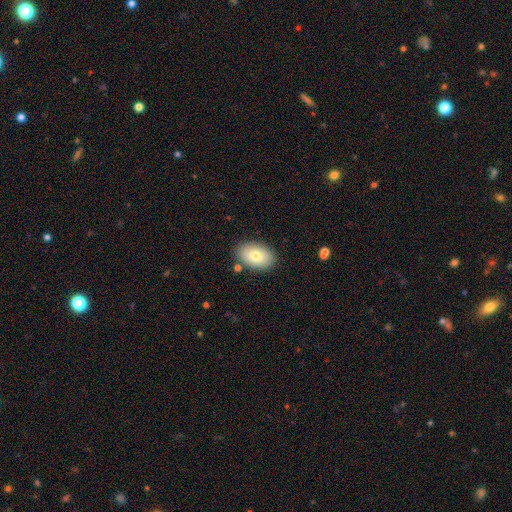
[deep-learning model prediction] Smooth or featured? Predicted: smooth (p=0.78). How rounded? Predicted: in between (p=0.90). Merging? Predicted: none (p=0.85).